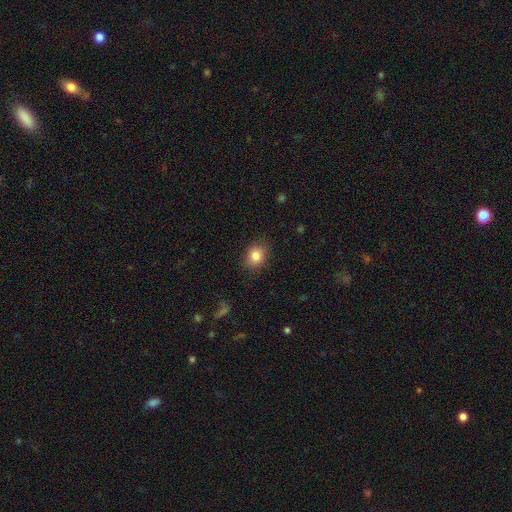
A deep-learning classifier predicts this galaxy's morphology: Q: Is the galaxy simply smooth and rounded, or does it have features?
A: smooth — 83%.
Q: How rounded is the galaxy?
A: round — 55%.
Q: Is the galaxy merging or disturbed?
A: none — 84%.